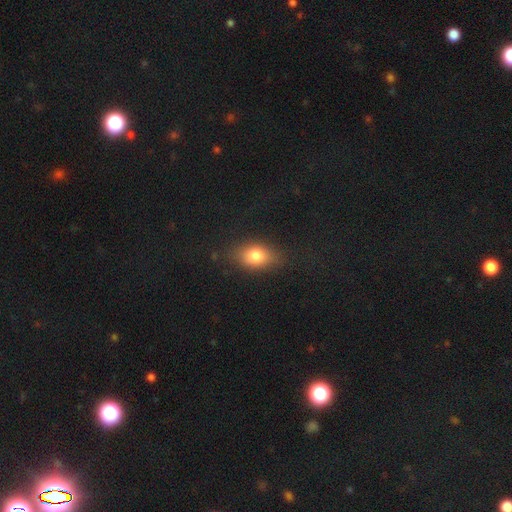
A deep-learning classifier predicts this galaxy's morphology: This appears to be a smooth galaxy with no disk features (79%) that is in between round and cigar-shaped (78%). Merging: none (79%).